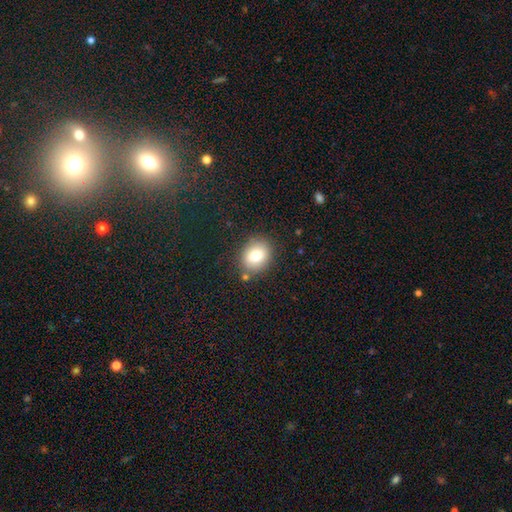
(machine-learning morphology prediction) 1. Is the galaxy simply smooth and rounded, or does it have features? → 77% smooth, 12% featured or disk, 11% star or artifact.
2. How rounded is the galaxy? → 59% round, 40% in between, 1% cigar-shaped.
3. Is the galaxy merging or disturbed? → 81% none, 11% minor disturbance, 4% merger, 3% major disturbance.